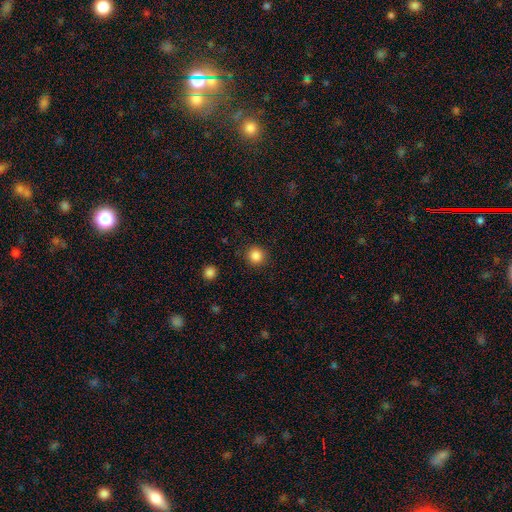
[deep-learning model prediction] Smooth or featured? Predicted: smooth (p=0.86). How rounded? Predicted: round (p=0.94). Merging? Predicted: none (p=0.90).